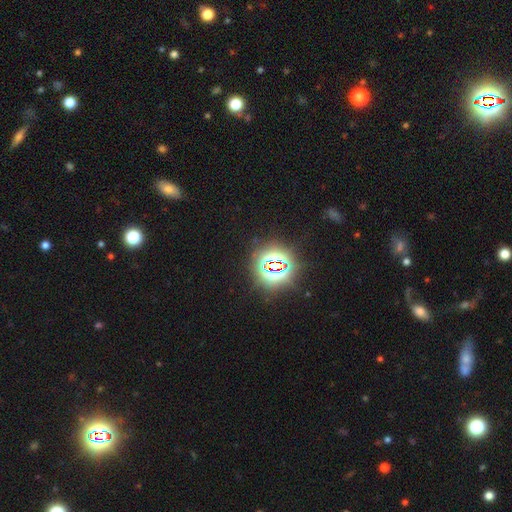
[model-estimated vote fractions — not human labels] Morphology: type=star or artifact (79%).